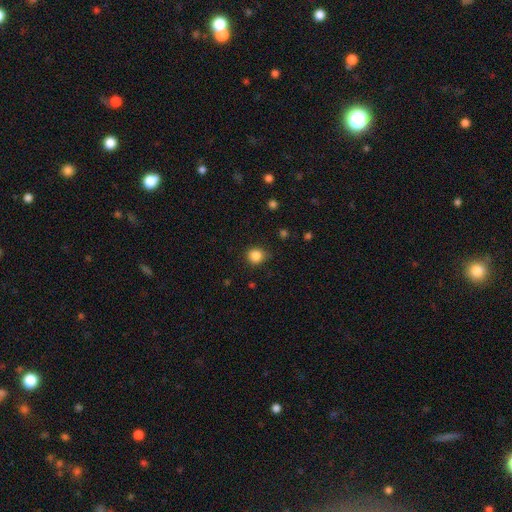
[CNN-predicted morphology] Q: Smooth or featured?
A: smooth (86%); runner-up: star or artifact (11%)
Q: How rounded?
A: round (85%); runner-up: in between (14%)
Q: Merging?
A: none (81%); runner-up: minor disturbance (15%)